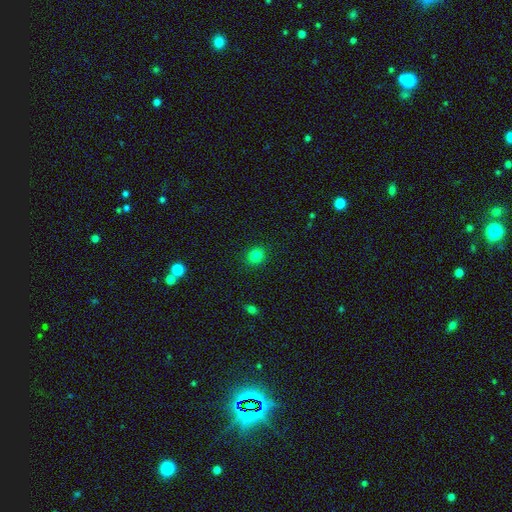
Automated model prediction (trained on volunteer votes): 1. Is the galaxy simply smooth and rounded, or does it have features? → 83% smooth, 12% star or artifact, 5% featured or disk.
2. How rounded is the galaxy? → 76% round, 23% in between, 1% cigar-shaped.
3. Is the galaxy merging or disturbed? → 90% none, 7% minor disturbance, 2% major disturbance, 1% merger.